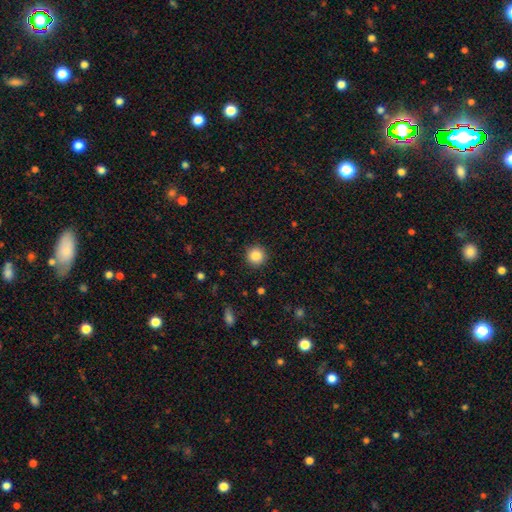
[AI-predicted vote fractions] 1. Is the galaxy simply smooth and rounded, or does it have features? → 86% smooth, 9% star or artifact, 4% featured or disk.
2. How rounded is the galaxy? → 95% round, 4% in between, 1% cigar-shaped.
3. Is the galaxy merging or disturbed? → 92% none, 5% minor disturbance, 2% major disturbance, 1% merger.